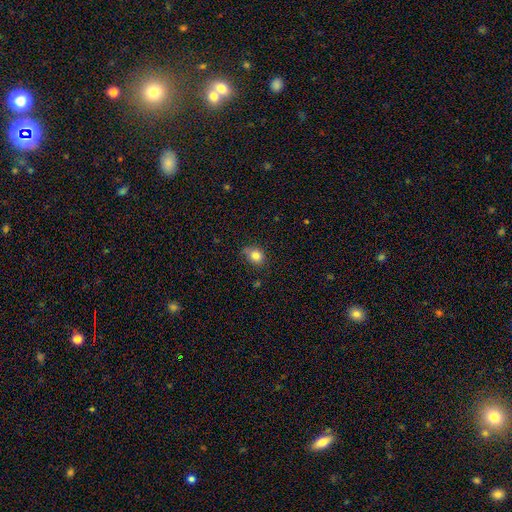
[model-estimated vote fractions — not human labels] smooth_or_featured: smooth (p=0.82) [alt: star or artifact p=0.11]
how_rounded: round (p=0.56) [alt: in between p=0.43]
merging: none (p=0.63) [alt: minor disturbance p=0.28]